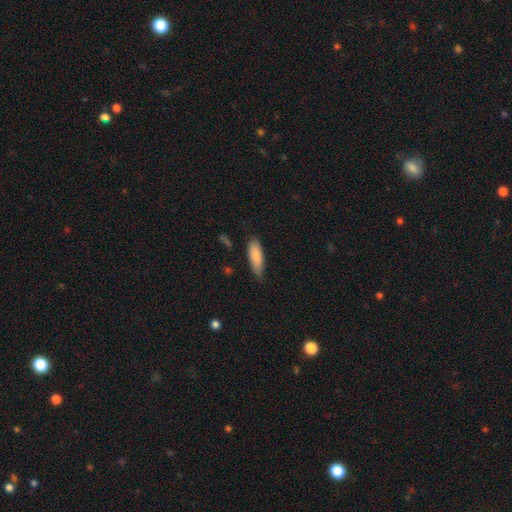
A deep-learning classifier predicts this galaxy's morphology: smooth 87%, featured or disk 8%, star or artifact 6%. Down the decision tree: how rounded — in between (59%); merging — none (75%).